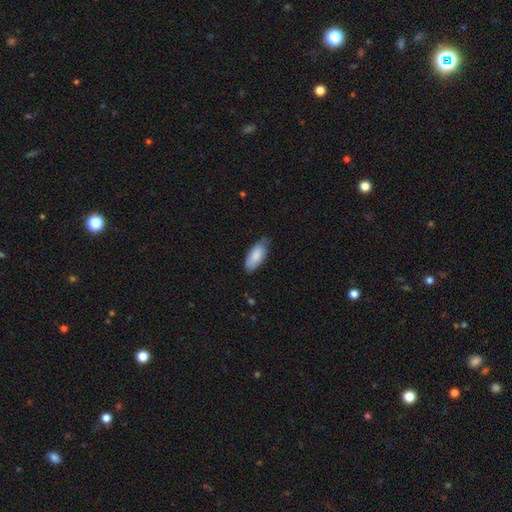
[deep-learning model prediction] Morphology: type=smooth (85%); roundness=in between (87%); merging=none (68%).